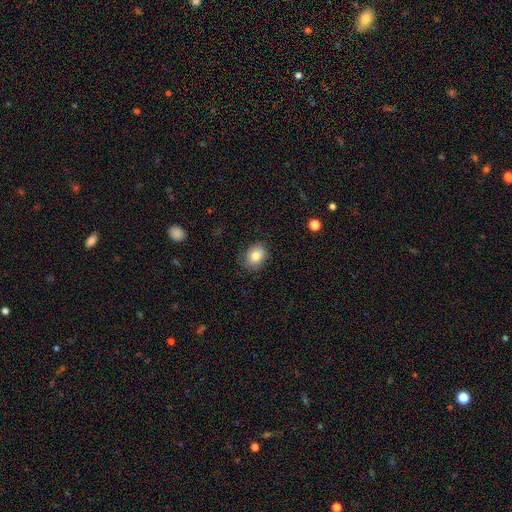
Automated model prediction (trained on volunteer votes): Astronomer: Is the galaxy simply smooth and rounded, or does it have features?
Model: smooth — 80%.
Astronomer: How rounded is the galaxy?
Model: round — 51% (runner-up: in between, 48%).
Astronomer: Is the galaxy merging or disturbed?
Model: none — 76%.